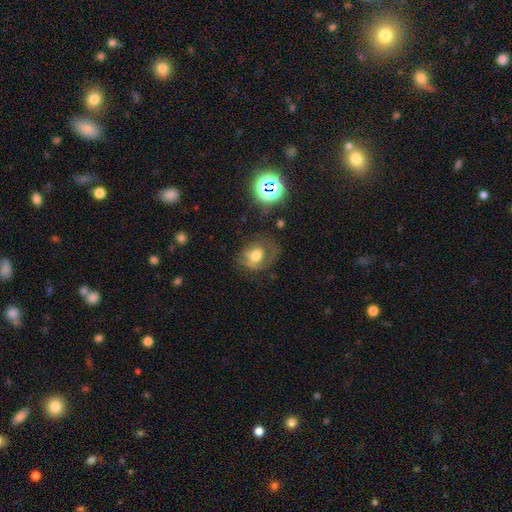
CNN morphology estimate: A smooth galaxy with no disk features (44%). Merging: none (47%).